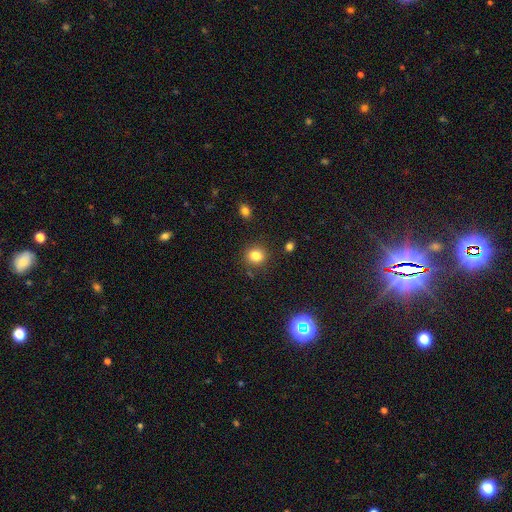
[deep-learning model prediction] Morphology: type=smooth (82%); roundness=round (80%); merging=none (86%).